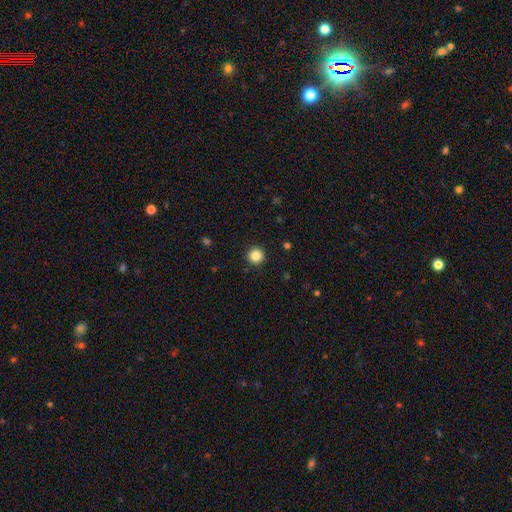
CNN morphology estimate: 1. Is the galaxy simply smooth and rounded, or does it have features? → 85% smooth, 11% star or artifact, 4% featured or disk.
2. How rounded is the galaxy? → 96% round, 3% in between, 1% cigar-shaped.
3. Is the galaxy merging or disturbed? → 93% none, 4% minor disturbance, 2% major disturbance, 1% merger.